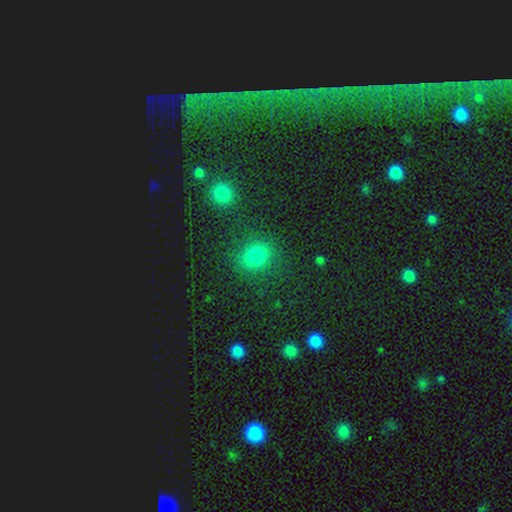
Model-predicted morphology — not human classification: Q: Smooth or featured?
A: smooth (77%); runner-up: star or artifact (18%)
Q: How rounded?
A: round (67%); runner-up: in between (32%)
Q: Merging?
A: none (81%); runner-up: minor disturbance (10%)